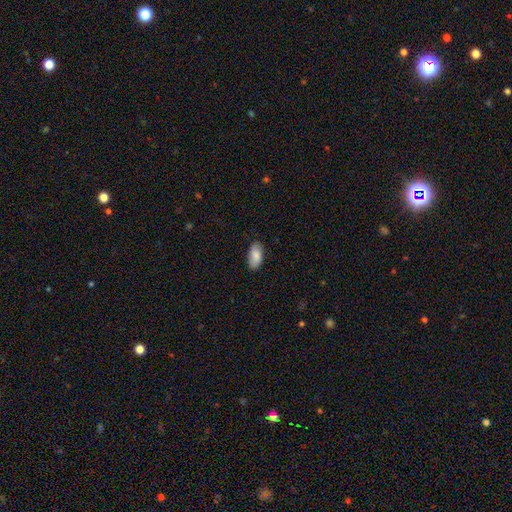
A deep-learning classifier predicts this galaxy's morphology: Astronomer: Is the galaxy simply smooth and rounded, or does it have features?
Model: smooth — 85%.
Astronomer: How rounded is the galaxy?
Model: in between — 93%.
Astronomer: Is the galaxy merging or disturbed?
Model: none — 85%.